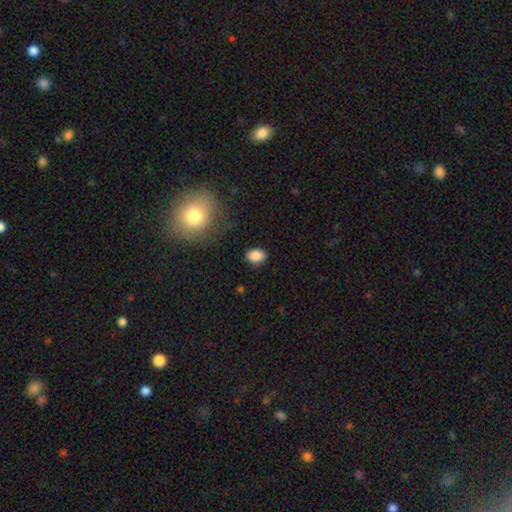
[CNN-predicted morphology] Q: Smooth or featured?
A: smooth (86%); runner-up: star or artifact (9%)
Q: How rounded?
A: in between (73%); runner-up: round (26%)
Q: Merging?
A: none (86%); runner-up: minor disturbance (10%)